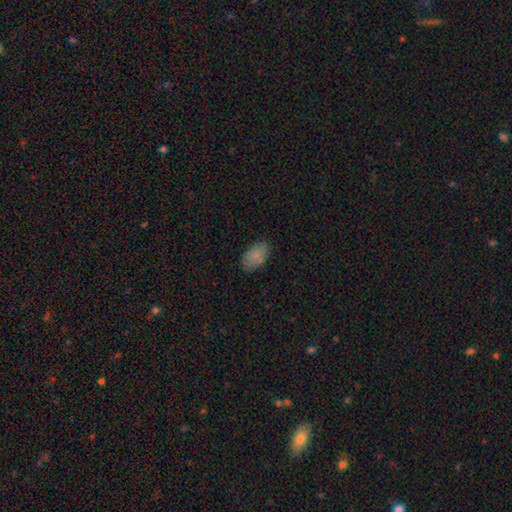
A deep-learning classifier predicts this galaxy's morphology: smooth-or-featured: smooth: 85% | star or artifact: 8% | featured or disk: 7%
  how-rounded: in between: 94% | round: 4% | cigar-shaped: 2%
  merging: none: 83% | minor disturbance: 13% | major disturbance: 3% | merger: 1%